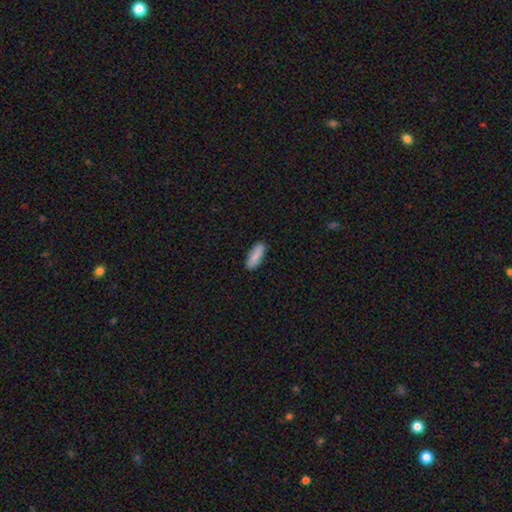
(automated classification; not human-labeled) A smooth galaxy with no disk features (85%) that is in between round and cigar-shaped (65%). Merging: none (87%).